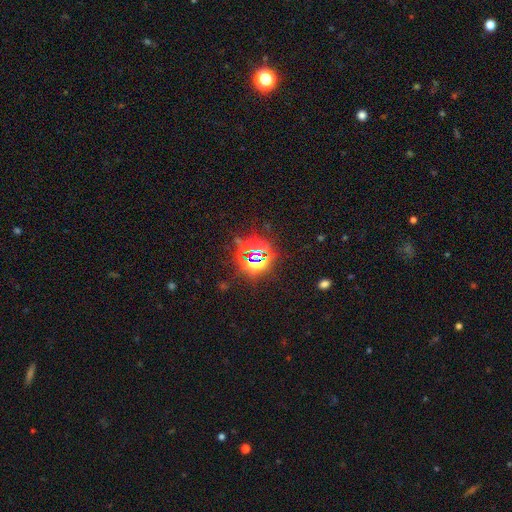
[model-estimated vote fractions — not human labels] star or artifact 80%, smooth 13%, featured or disk 8%.